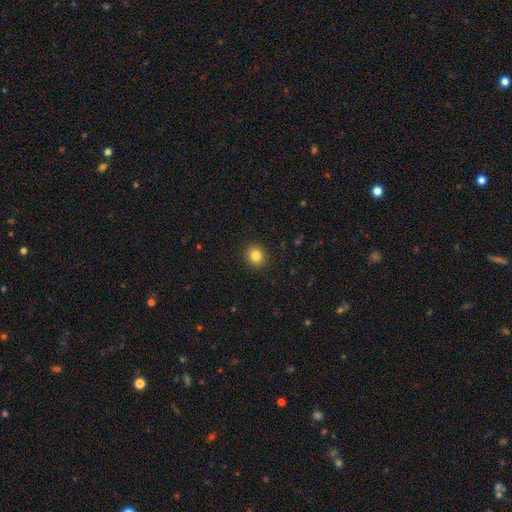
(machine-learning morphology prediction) The model was most divided on "smooth or featured": smooth: 83%, star or artifact: 11%, featured or disk: 6%. More confident: merging — none (91%); how rounded — round (87%).